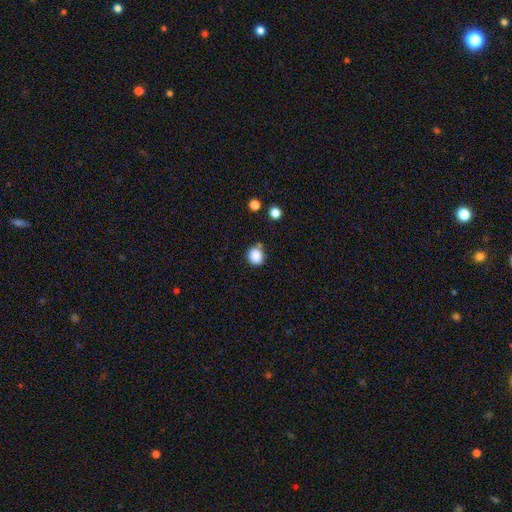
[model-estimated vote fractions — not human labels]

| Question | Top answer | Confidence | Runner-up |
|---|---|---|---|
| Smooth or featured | smooth | 86% | star or artifact (10%) |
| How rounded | round | 77% | in between (22%) |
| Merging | none | 74% | minor disturbance (16%) |